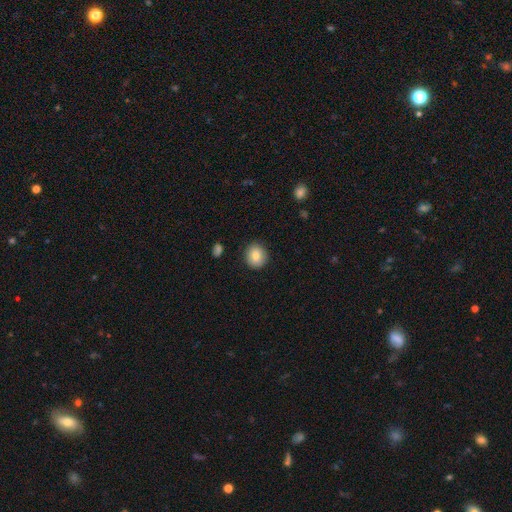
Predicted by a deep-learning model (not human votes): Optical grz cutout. It shows a smooth galaxy with no disk features (82%) that is round (83%). Merging: none (90%).